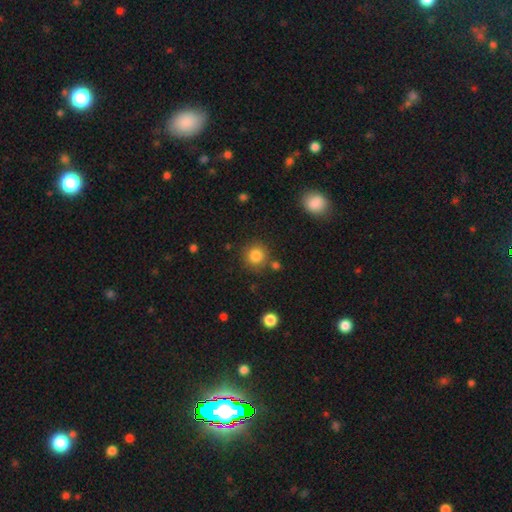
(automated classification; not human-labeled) Smooth or featured? smooth (83%)
How rounded? round (92%)
Merging? none (81%)